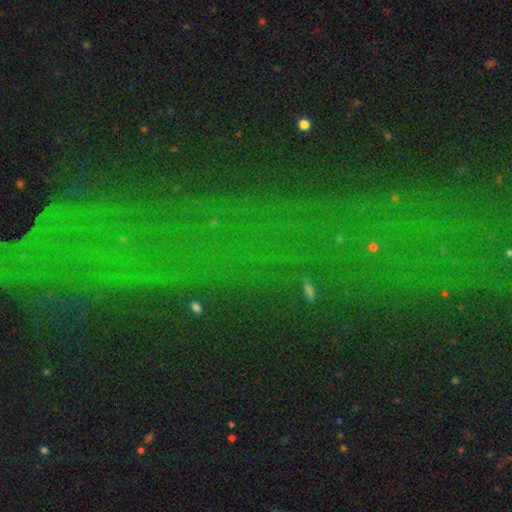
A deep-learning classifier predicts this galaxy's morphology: This is likely a star or artifact rather than a galaxy (76%).